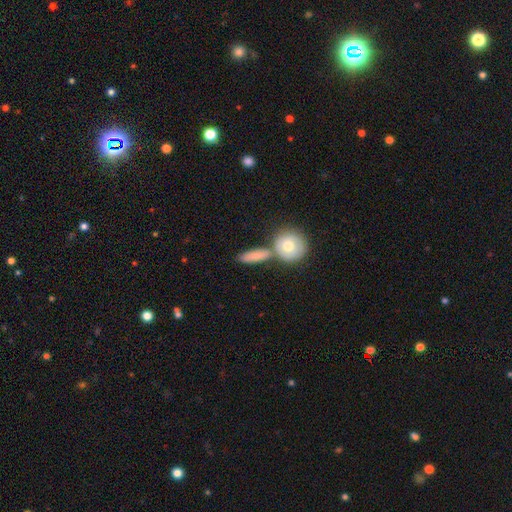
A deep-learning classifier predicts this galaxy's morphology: Smooth or featured?
  - smooth: 75% *
  - featured or disk: 19%
  - star or artifact: 6%
How rounded?
  - in between: 51% *
  - cigar-shaped: 30%
  - round: 19%
Merging?
  - none: 61% *
  - merger: 21%
  - minor disturbance: 14%
  - major disturbance: 5%